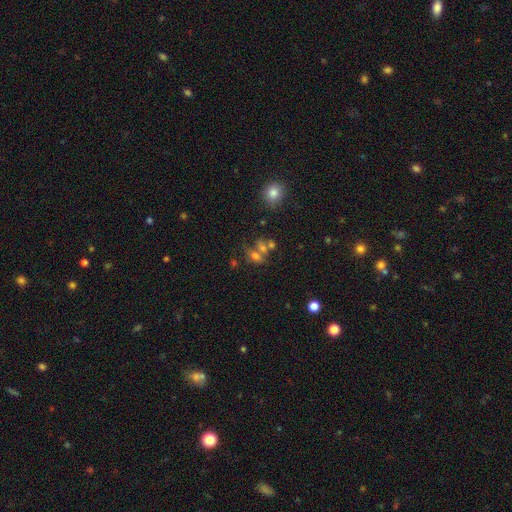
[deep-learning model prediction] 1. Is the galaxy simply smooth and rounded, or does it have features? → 57% smooth, 22% featured or disk, 20% star or artifact.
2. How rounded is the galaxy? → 63% in between, 32% round, 6% cigar-shaped.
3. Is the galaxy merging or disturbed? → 44% merger, 35% none, 11% minor disturbance, 9% major disturbance.